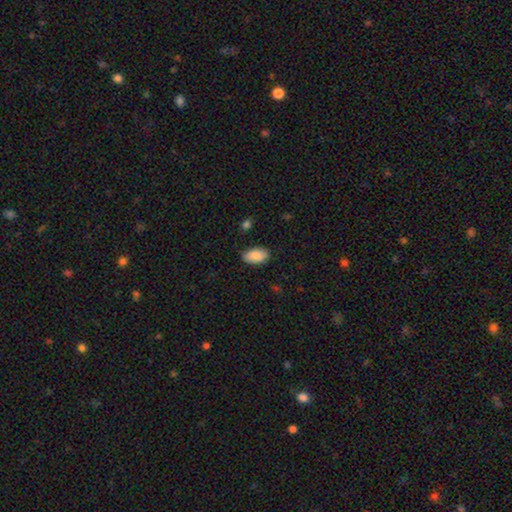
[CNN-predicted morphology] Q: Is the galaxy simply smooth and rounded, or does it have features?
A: smooth — 89%.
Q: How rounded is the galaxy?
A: in between — 94%.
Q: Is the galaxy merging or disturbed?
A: none — 81%.